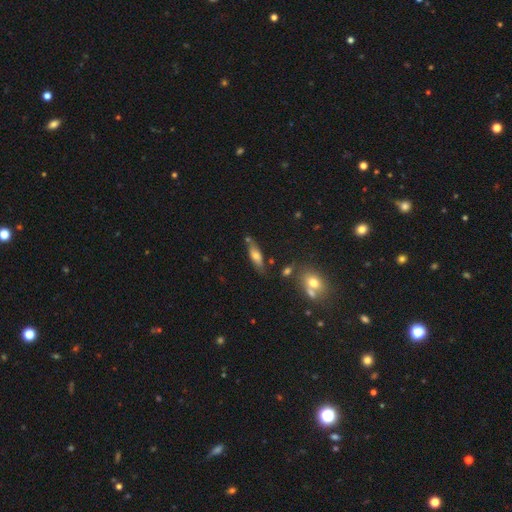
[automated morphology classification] A smooth galaxy with no disk features (59%) that is in between round and cigar-shaped (50%).

Vote fractions:
- Smooth or featured? smooth: 59% / featured or disk: 33% / star or artifact: 8%
- How rounded? in between: 50% / cigar-shaped: 47% / round: 3%
- Merging? none: 71% / minor disturbance: 17% / merger: 8% / major disturbance: 4%